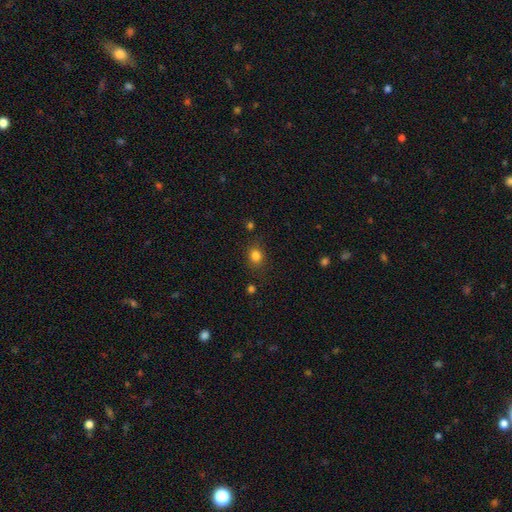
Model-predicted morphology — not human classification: This appears to be a smooth galaxy with no disk features (82%) that is round (68%). Merging: none (80%).